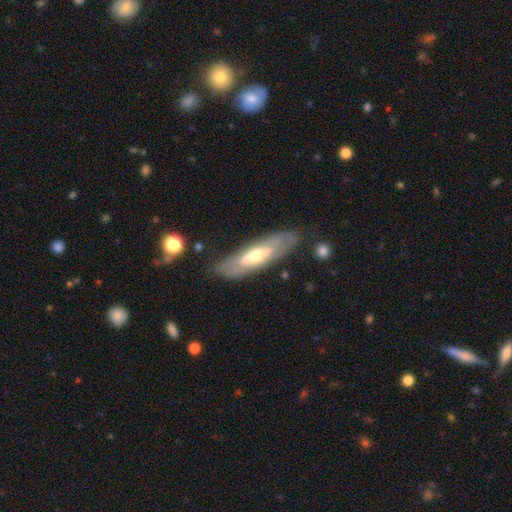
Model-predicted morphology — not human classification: smooth_or_featured: featured or disk (p=0.57) [alt: smooth p=0.38]
disk_edge_on: no (p=0.65) [alt: yes p=0.35]
merging: none (p=0.78) [alt: minor disturbance p=0.15]